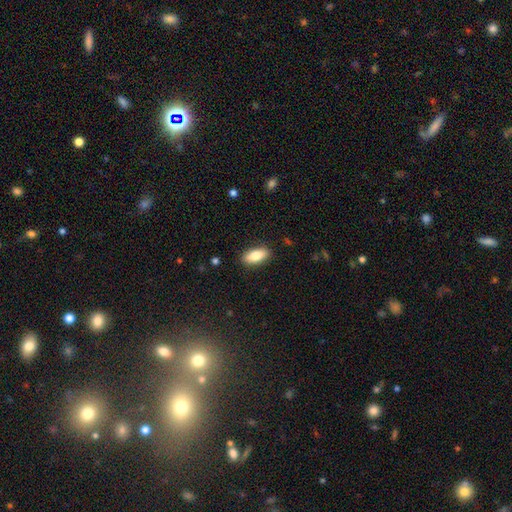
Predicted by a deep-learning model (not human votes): A smooth galaxy with no disk features (80%) that is in between round and cigar-shaped (83%).

Vote fractions:
- Smooth or featured? smooth: 80% / featured or disk: 13% / star or artifact: 6%
- How rounded? in between: 83% / cigar-shaped: 14% / round: 3%
- Merging? none: 89% / minor disturbance: 8% / major disturbance: 2% / merger: 1%